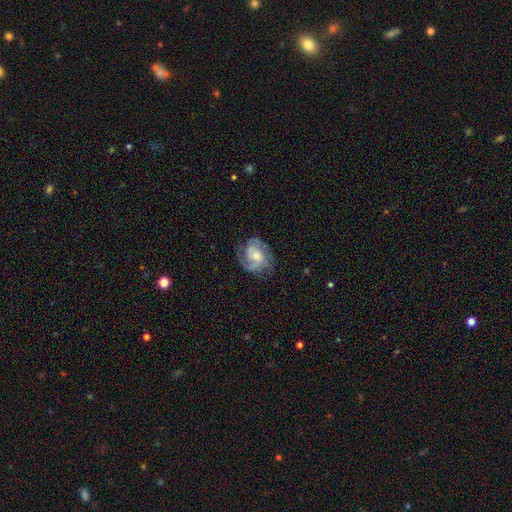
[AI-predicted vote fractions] Q: Smooth or featured?
A: featured or disk (77%); runner-up: smooth (17%)
Q: Edge-on disk?
A: no (98%); runner-up: yes (2%)
Q: Bar?
A: no (64%); runner-up: weak (30%)
Q: Spiral arms?
A: yes (94%); runner-up: no (6%)
Q: Spiral winding?
A: medium (44%); runner-up: tight (41%)
Q: Spiral arm count?
A: 2 (53%); runner-up: 3 (18%)
Q: Bulge size?
A: moderate (46%); runner-up: small (36%)
Q: Merging?
A: none (70%); runner-up: minor disturbance (19%)